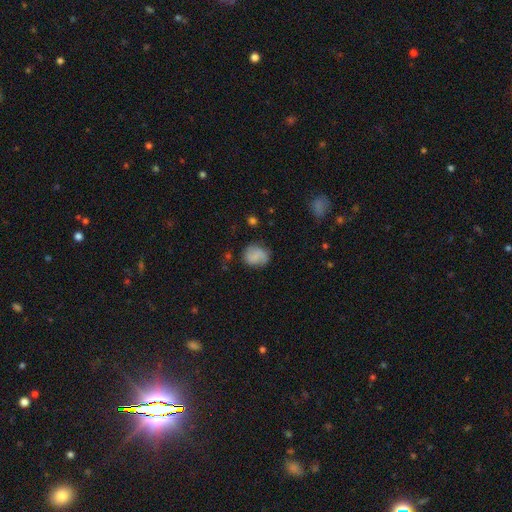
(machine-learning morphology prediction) smooth_or_featured: smooth (p=0.66) [alt: featured or disk p=0.25]
how_rounded: round (p=0.64) [alt: in between p=0.35]
merging: none (p=0.71) [alt: minor disturbance p=0.20]